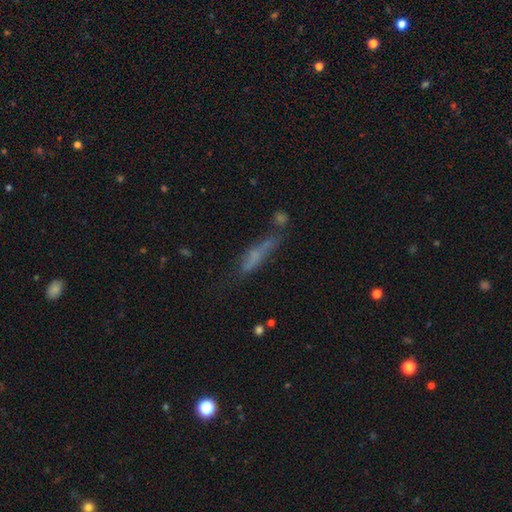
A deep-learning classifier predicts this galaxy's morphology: type=smooth (51%); roundness=cigar-shaped (78%); merging=none (45%).